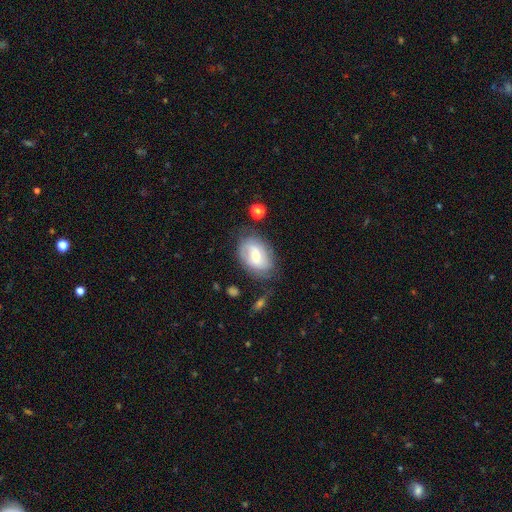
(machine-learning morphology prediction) Smooth or featured? Predicted: smooth (p=0.47). Merging? Predicted: none (p=0.68).